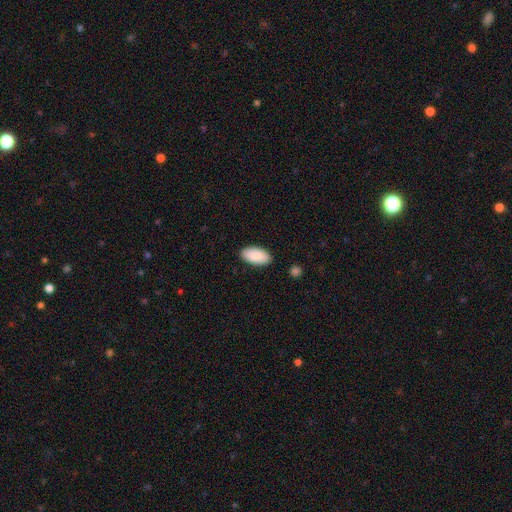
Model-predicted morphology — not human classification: Smooth or featured?
  - smooth: 89% *
  - star or artifact: 6%
  - featured or disk: 5%
How rounded?
  - in between: 95% *
  - cigar-shaped: 3%
  - round: 2%
Merging?
  - none: 88% *
  - minor disturbance: 9%
  - major disturbance: 2%
  - merger: 1%